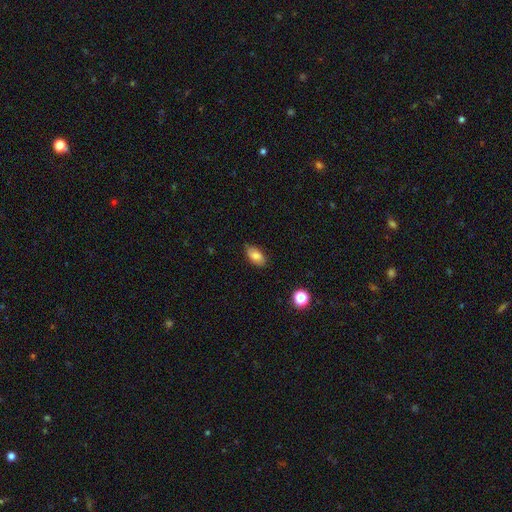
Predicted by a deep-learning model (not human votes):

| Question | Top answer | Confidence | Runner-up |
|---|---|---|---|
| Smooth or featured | smooth | 80% | featured or disk (11%) |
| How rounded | in between | 92% | round (4%) |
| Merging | none | 83% | minor disturbance (14%) |